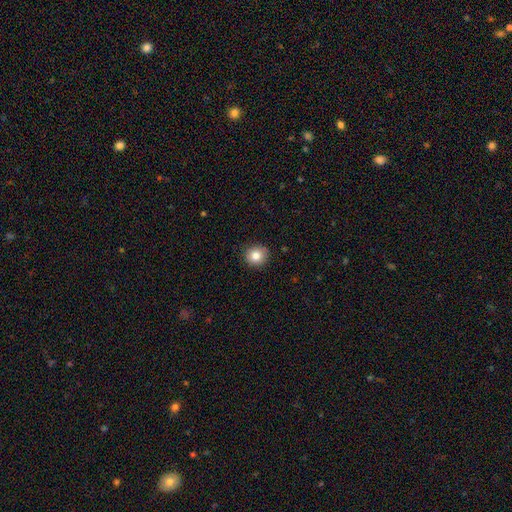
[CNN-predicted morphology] Overall: smooth (82%). How rounded: round (88%). Merging: none (88%).